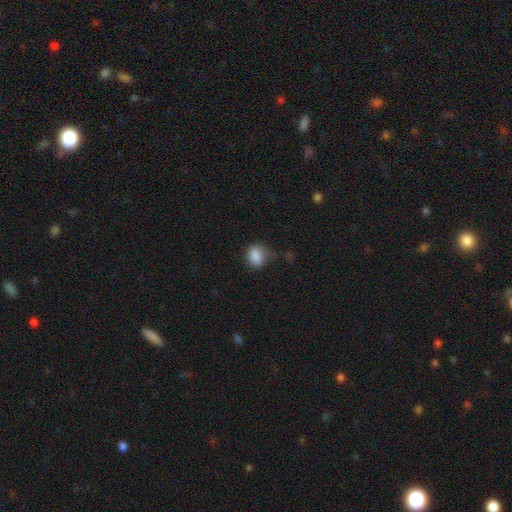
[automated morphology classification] smooth 85%, star or artifact 9%, featured or disk 6%. Down the decision tree: how rounded — in between (62%); merging — none (49%).